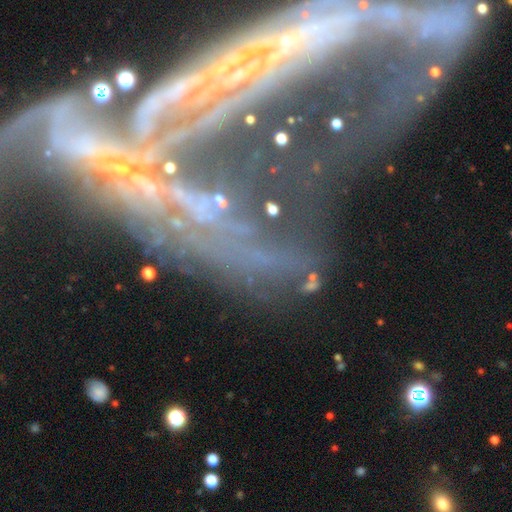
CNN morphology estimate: featured or disk 60%, star or artifact 27%, smooth 13%. Down the decision tree: edge-on disk — no (73%); merging — none (49%).